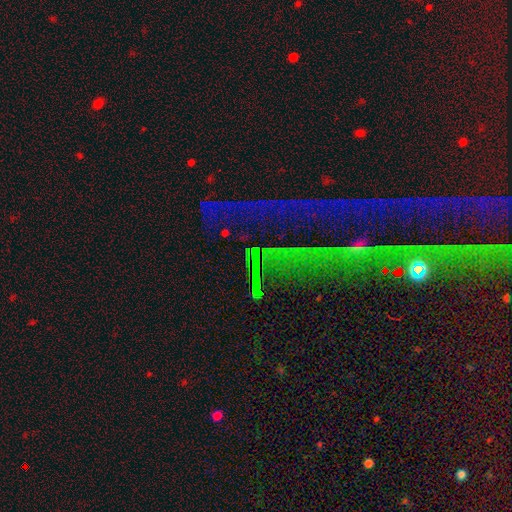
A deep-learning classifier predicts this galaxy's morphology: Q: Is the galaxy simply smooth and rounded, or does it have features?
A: star or artifact — 73%.